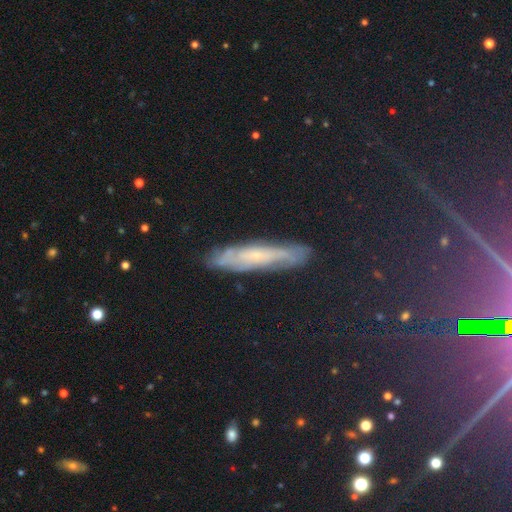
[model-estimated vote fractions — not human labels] featured or disk 43%, star or artifact 29%, smooth 28%. Down the decision tree: merging — none (82%).